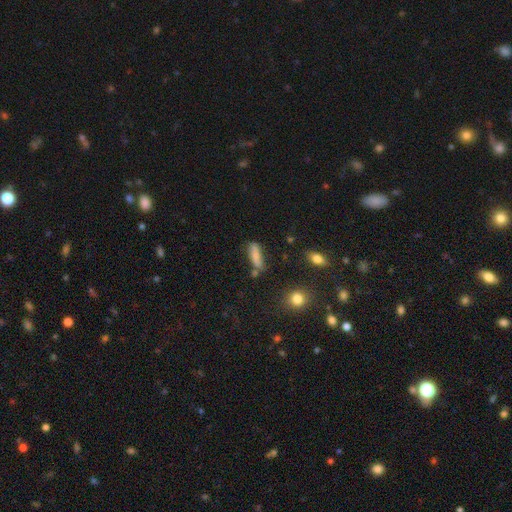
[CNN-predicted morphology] A smooth galaxy with no disk features (72%) that is in between round and cigar-shaped (50%). Merging: none (57%).